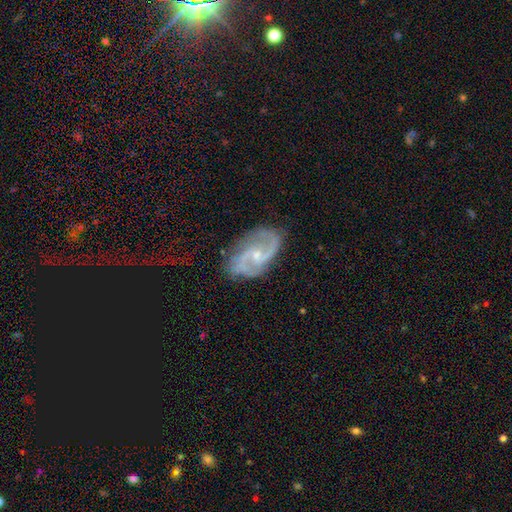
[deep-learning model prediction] Morphology: type=featured or disk (90%); edge-on=no (97%); bar=no (50%); spiral arms=yes (97%); winding=medium (54%); arm count=2 (84%); bulge=small (68%); merging=none (74%).